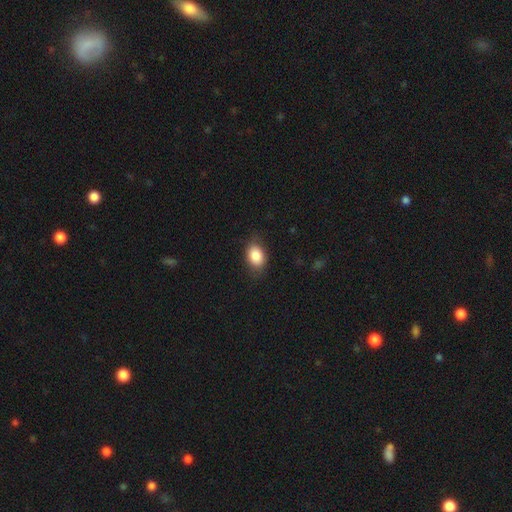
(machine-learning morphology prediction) Smooth or featured?
  - smooth: 87% *
  - star or artifact: 8%
  - featured or disk: 6%
How rounded?
  - in between: 77% *
  - round: 21%
  - cigar-shaped: 1%
Merging?
  - none: 78% *
  - minor disturbance: 16%
  - major disturbance: 4%
  - merger: 1%